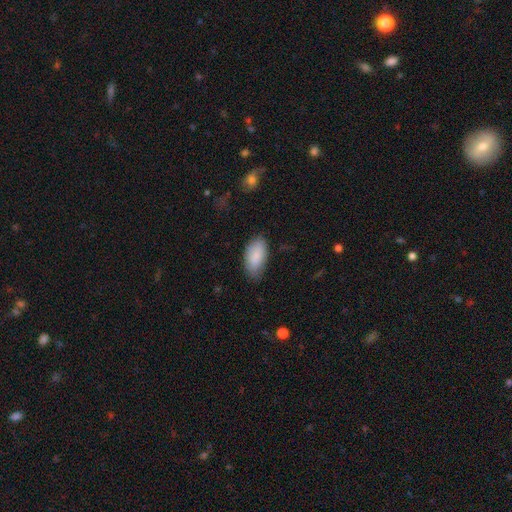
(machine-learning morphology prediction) Smooth or featured? smooth (87%)
How rounded? in between (94%)
Merging? none (73%)